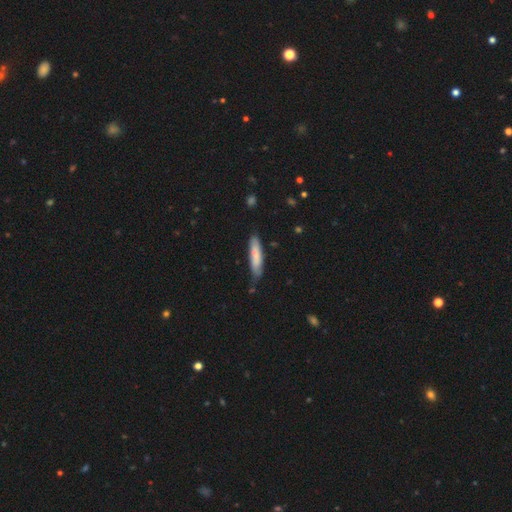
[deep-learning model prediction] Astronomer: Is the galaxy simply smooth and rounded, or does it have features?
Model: smooth — 79%.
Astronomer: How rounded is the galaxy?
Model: cigar-shaped — 81%.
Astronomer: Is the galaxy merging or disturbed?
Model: none — 71%.